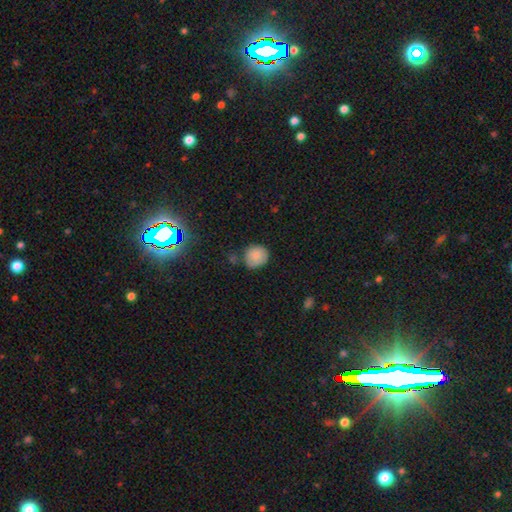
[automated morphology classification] A smooth galaxy with no disk features (81%) that is round (81%). Merging: none (67%).